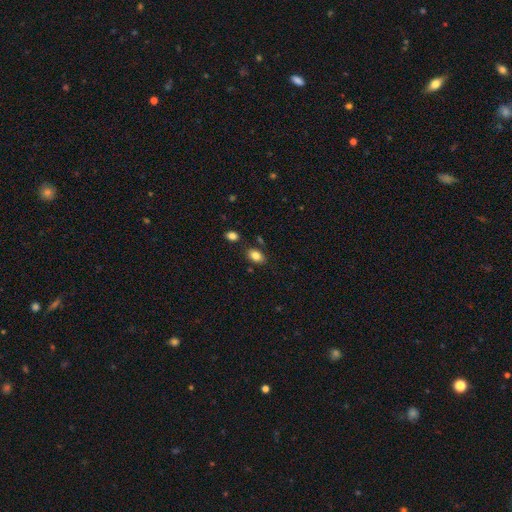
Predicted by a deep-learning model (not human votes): A smooth galaxy with no disk features (84%) that is in between round and cigar-shaped (87%).

Vote fractions:
- Smooth or featured? smooth: 84% / star or artifact: 9% / featured or disk: 7%
- How rounded? in between: 87% / round: 11% / cigar-shaped: 2%
- Merging? none: 81% / minor disturbance: 11% / merger: 5% / major disturbance: 3%